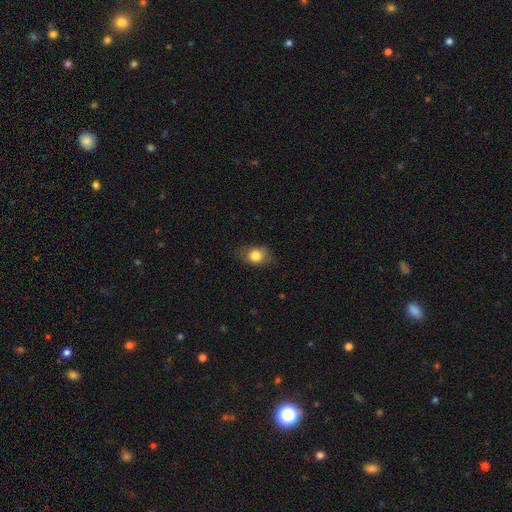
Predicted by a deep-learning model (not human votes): Smooth or featured: smooth — 81% (featured or disk — 10%)
How rounded: in between — 52% (round — 46%)
Merging: none — 71% (minor disturbance — 22%)